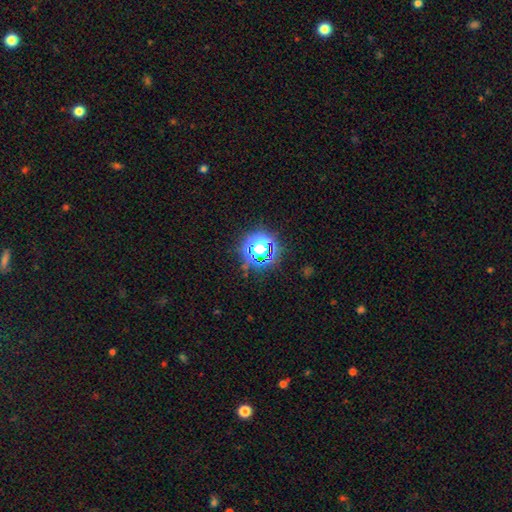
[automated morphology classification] This is likely a star or artifact rather than a galaxy (71%).